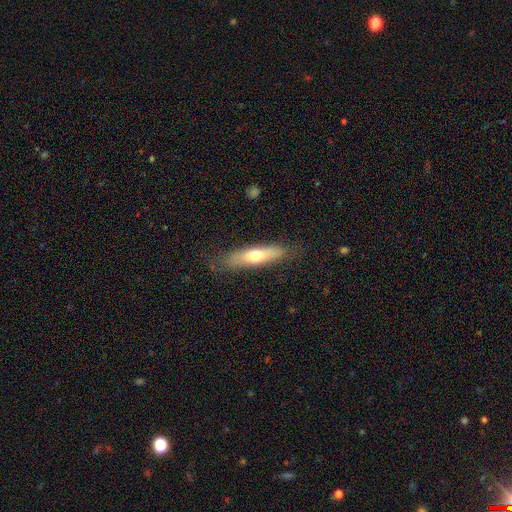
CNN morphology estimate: This is possibly a smooth galaxy (59%). How rounded: likely cigar-shaped (71%). Merging: clearly none (80%).